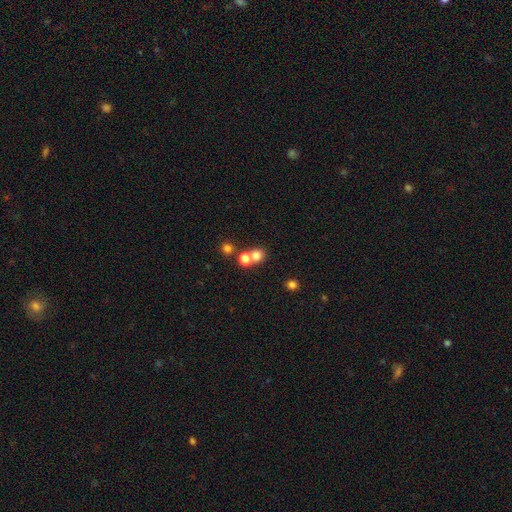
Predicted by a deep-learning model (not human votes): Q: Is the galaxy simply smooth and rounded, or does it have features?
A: smooth — 74%.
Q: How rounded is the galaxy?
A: round — 83%.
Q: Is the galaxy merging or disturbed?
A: none — 50%.